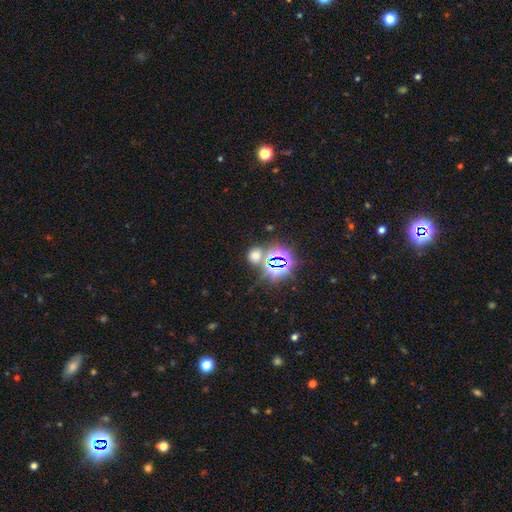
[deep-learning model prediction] Smooth or featured?
  - smooth: 48% *
  - star or artifact: 45%
  - featured or disk: 7%
Merging?
  - none: 69% *
  - merger: 15%
  - minor disturbance: 11%
  - major disturbance: 6%